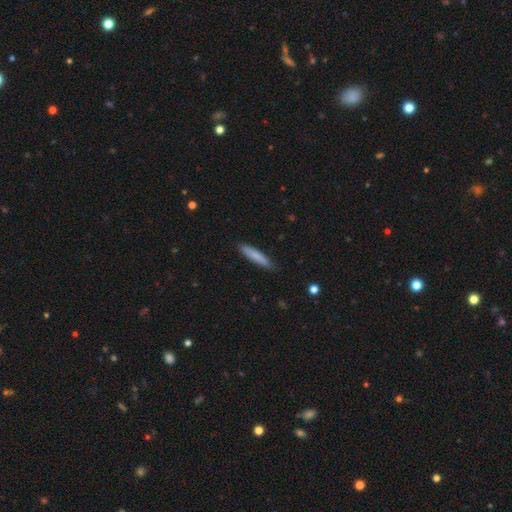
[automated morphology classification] A smooth galaxy with no disk features (79%) that is cigar-shaped (89%). Merging: none (85%).